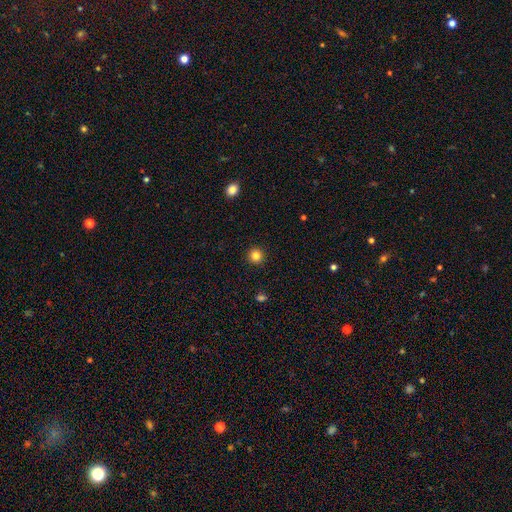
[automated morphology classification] type=smooth (84%); roundness=round (95%); merging=none (93%).